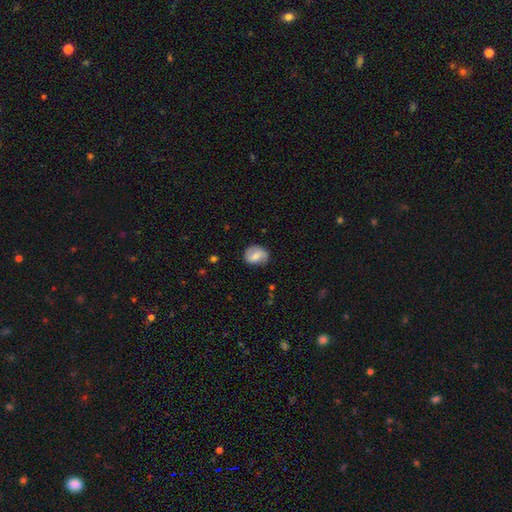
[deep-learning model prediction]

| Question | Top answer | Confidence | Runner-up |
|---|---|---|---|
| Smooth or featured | smooth | 69% | featured or disk (23%) |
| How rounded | in between | 53% | round (46%) |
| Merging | none | 76% | minor disturbance (18%) |